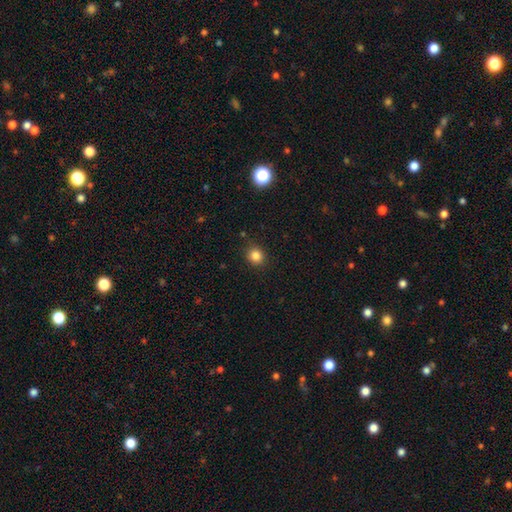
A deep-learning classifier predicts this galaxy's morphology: Q: Smooth or featured?
A: smooth (84%); runner-up: star or artifact (12%)
Q: How rounded?
A: round (81%); runner-up: in between (18%)
Q: Merging?
A: none (88%); runner-up: minor disturbance (8%)